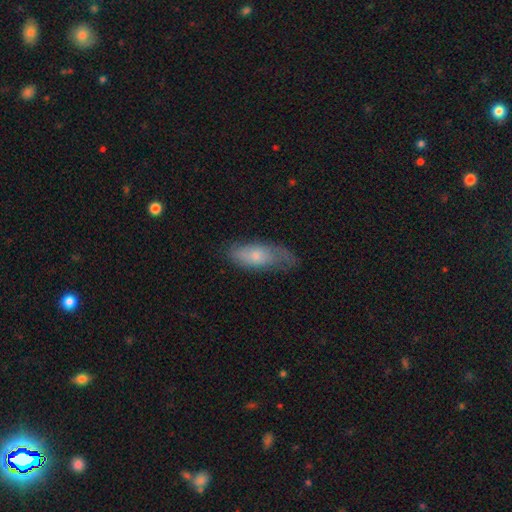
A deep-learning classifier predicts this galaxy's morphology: A smooth galaxy with no disk features (61%) that is in between round and cigar-shaped (78%).

Vote fractions:
- Smooth or featured? smooth: 61% / featured or disk: 33% / star or artifact: 6%
- How rounded? in between: 78% / cigar-shaped: 20% / round: 3%
- Merging? none: 54% / minor disturbance: 31% / major disturbance: 13% / merger: 2%